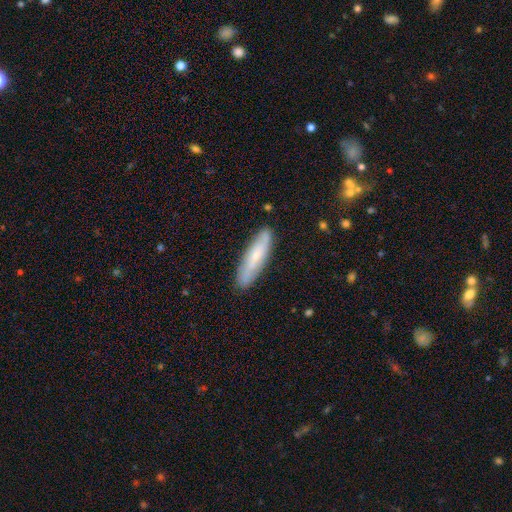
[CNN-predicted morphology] A smooth galaxy with no disk features (51%) that is cigar-shaped (73%). Merging: none (85%).